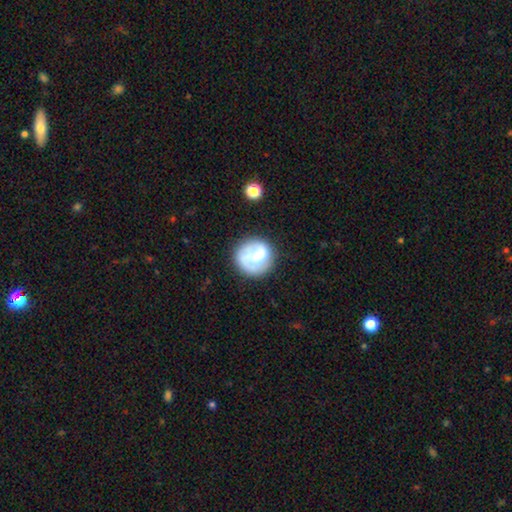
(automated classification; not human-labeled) This is possibly a smooth galaxy (57%). How rounded: clearly round (88%). Merging: likely none (64%).